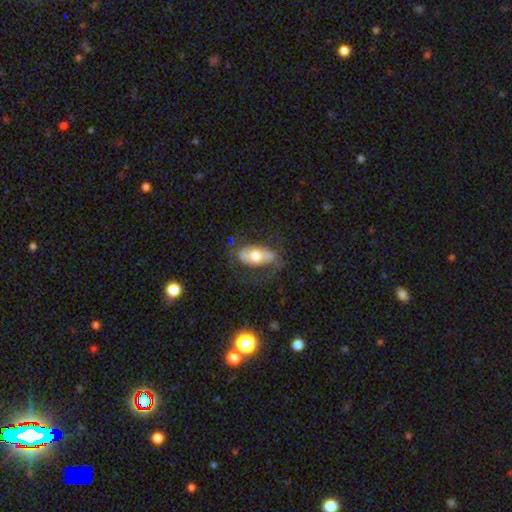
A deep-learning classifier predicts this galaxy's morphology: A smooth galaxy with no disk features (52%) that is in between round and cigar-shaped (87%). Merging: none (59%).